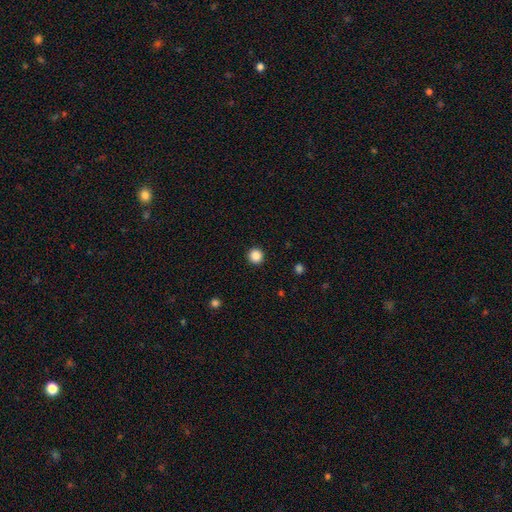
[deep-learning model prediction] Overall: smooth (87%). How rounded: round (95%). Merging: none (92%).